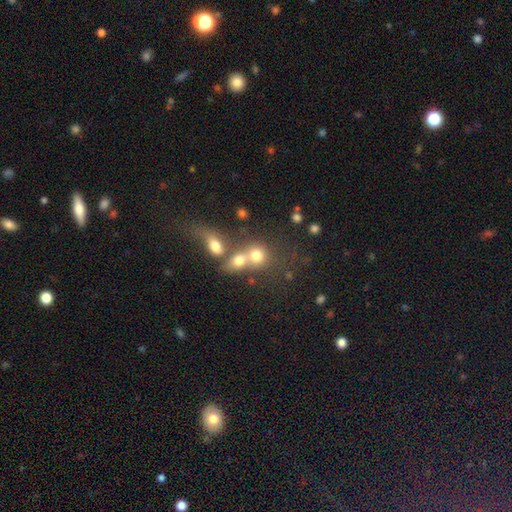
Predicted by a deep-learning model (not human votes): The model was most divided on "how rounded": round: 66%, in between: 32%, cigar-shaped: 2%. More confident: merging — merger (63%); smooth or featured — smooth (63%).